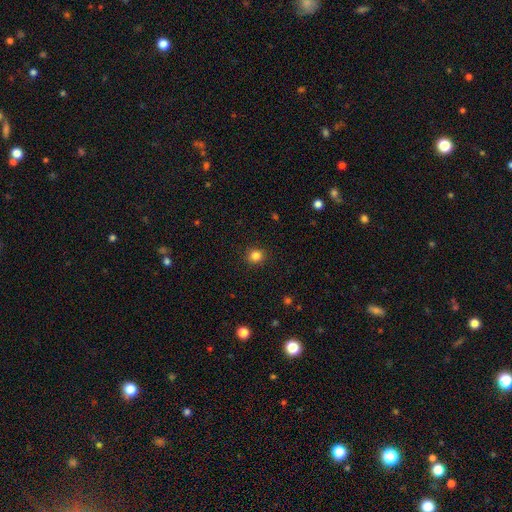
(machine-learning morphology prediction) A smooth galaxy with no disk features (84%) that is round (89%). Merging: none (91%).